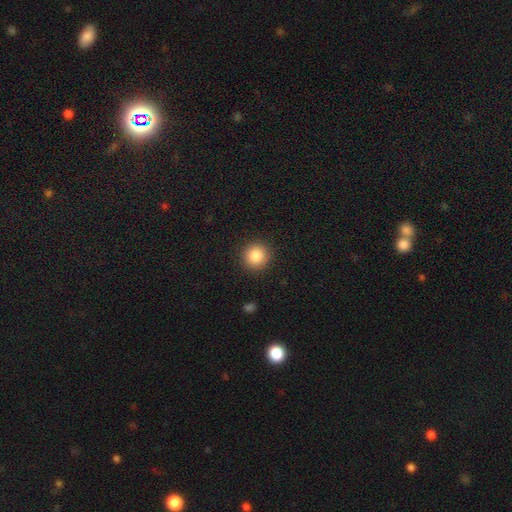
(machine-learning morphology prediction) smooth-or-featured: smooth: 85% | star or artifact: 10% | featured or disk: 5%
  how-rounded: round: 93% | in between: 6% | cigar-shaped: 1%
  merging: none: 91% | minor disturbance: 6% | major disturbance: 2% | merger: 1%